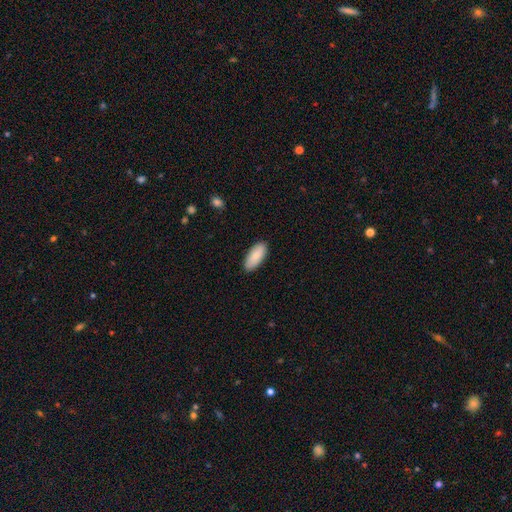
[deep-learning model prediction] A smooth galaxy with no disk features (87%) that is in between round and cigar-shaped (87%). Merging: none (89%).